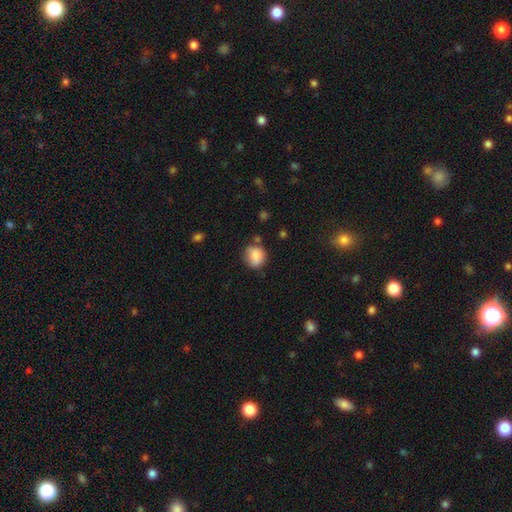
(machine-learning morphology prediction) Smooth or featured? smooth (82%)
How rounded? round (72%)
Merging? none (65%)